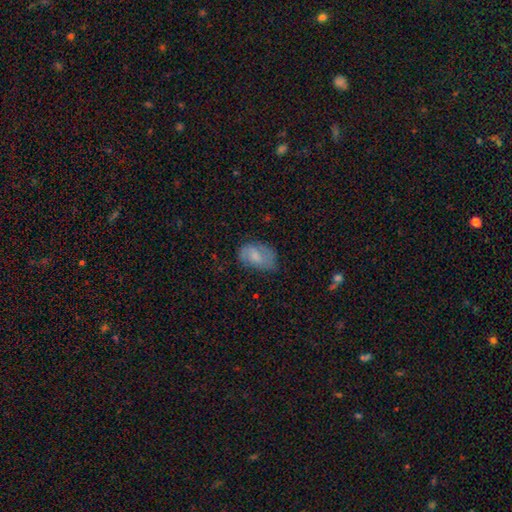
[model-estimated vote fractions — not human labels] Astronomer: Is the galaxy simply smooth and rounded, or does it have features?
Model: smooth — 63%.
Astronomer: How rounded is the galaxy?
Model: in between — 89%.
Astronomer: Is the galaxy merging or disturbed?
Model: none — 50% (runner-up: minor disturbance, 34%).